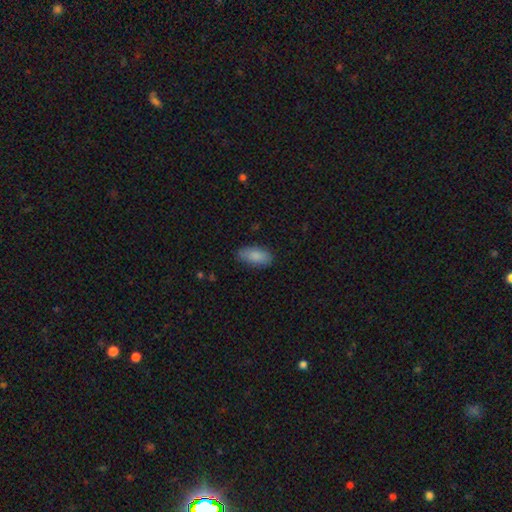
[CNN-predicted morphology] This appears to be a smooth galaxy with no disk features (87%) that is in between round and cigar-shaped (89%). Merging: none (83%).